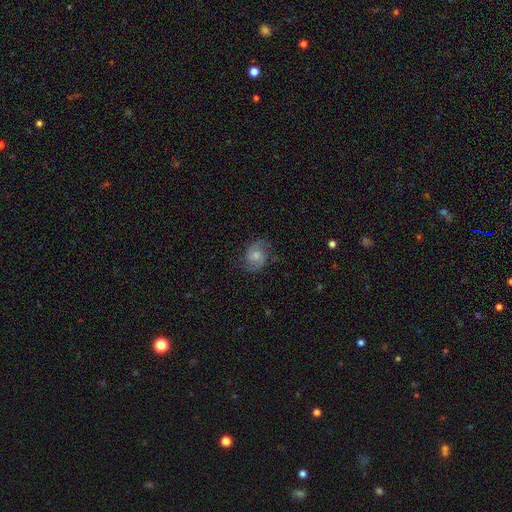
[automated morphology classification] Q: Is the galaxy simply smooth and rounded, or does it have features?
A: featured or disk — 64%.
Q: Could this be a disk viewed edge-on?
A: no — 98%.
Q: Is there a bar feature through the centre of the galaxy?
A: no — 67%.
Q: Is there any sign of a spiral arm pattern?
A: yes — 92%.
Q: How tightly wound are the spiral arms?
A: medium — 48%.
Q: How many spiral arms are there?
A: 2 — 88%.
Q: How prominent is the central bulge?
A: moderate — 46%.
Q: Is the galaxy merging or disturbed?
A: none — 72%.